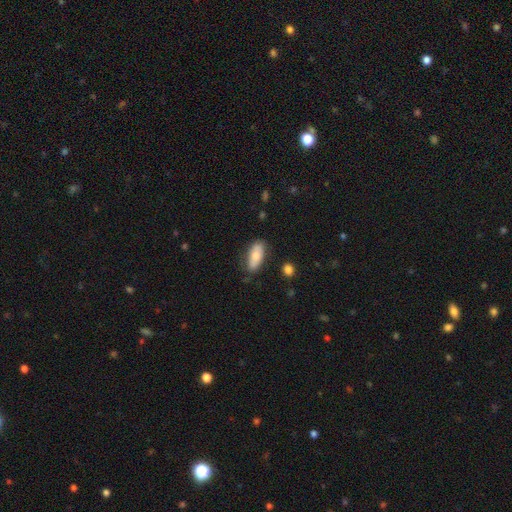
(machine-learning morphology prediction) This appears to be a smooth galaxy with no disk features (71%) that is in between round and cigar-shaped (83%). Merging: none (77%).